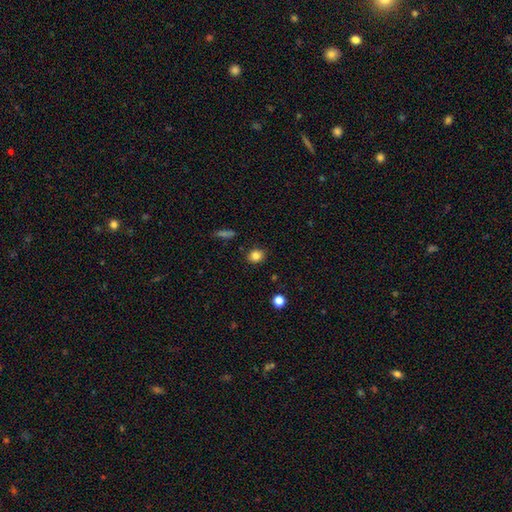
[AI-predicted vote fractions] smooth-or-featured: smooth: 83% | star or artifact: 11% | featured or disk: 6%
  how-rounded: round: 71% | in between: 28% | cigar-shaped: 1%
  merging: none: 88% | minor disturbance: 8% | major disturbance: 2% | merger: 2%